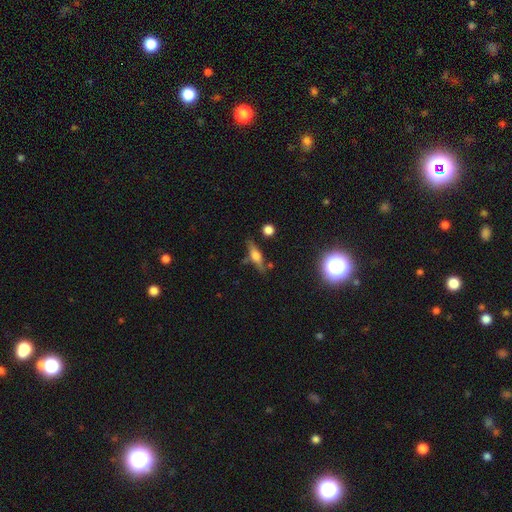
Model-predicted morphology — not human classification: A featured or disk galaxy (59%) viewed edge-on (94%) with a rounded central bulge (86%).

Vote fractions:
- Smooth or featured? featured or disk: 59% / smooth: 30% / star or artifact: 10%
- Edge-on disk? yes: 94% / no: 6%
- Edge-on bulge? rounded: 86% / boxy: 11% / none: 3%
- Merging? none: 78% / minor disturbance: 13% / merger: 5% / major disturbance: 4%